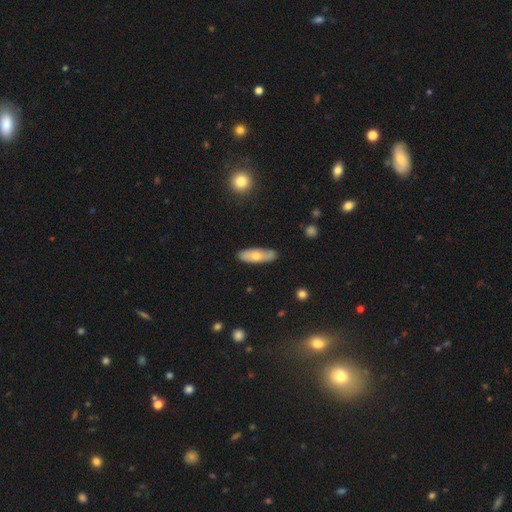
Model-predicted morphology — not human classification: Smooth or featured? Predicted: smooth (p=0.57). How rounded? Predicted: in between (p=0.59). Merging? Predicted: none (p=0.82).